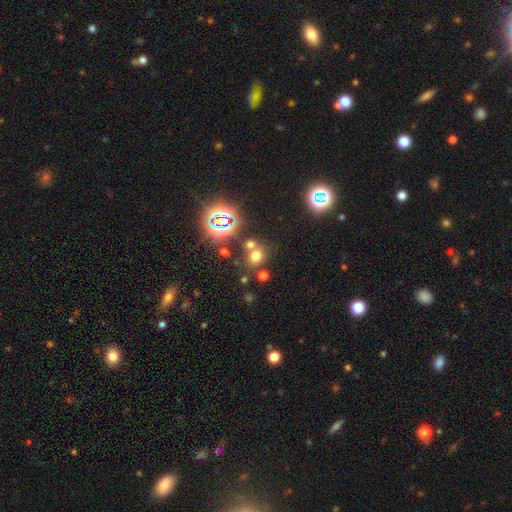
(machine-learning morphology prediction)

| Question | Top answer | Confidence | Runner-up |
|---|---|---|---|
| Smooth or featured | smooth | 60% | star or artifact (31%) |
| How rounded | round | 59% | in between (40%) |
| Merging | none | 60% | merger (26%) |